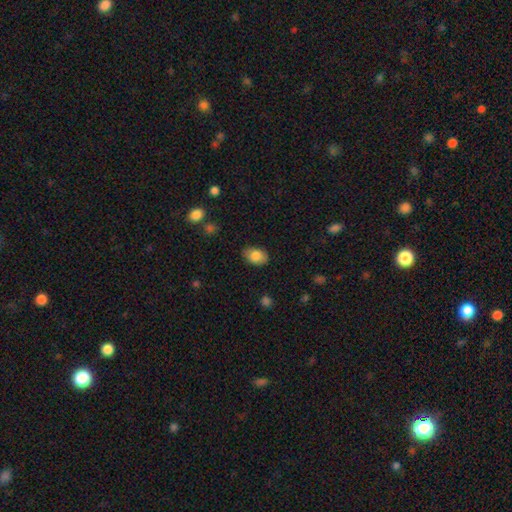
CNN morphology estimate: This appears to be a smooth galaxy with no disk features (83%) that is in between round and cigar-shaped (85%). Merging: none (82%).